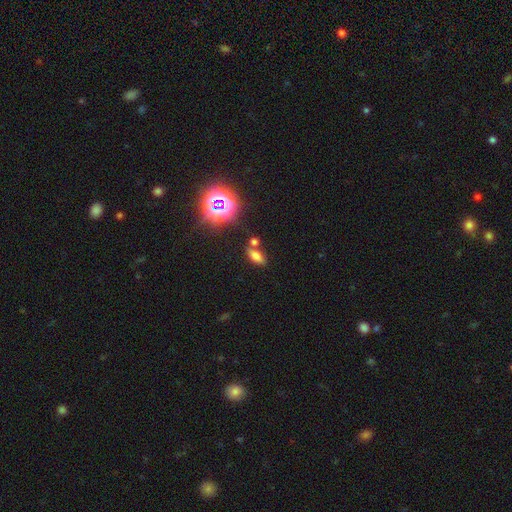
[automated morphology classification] Q: Smooth or featured?
A: smooth (62%); runner-up: star or artifact (24%)
Q: How rounded?
A: in between (76%); runner-up: cigar-shaped (16%)
Q: Merging?
A: none (68%); runner-up: merger (16%)